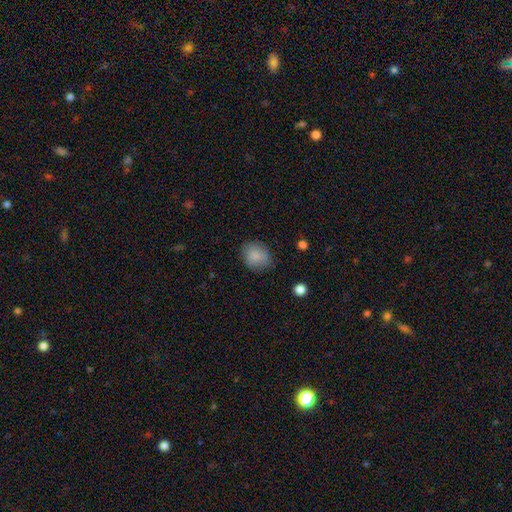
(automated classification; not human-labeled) Overall: smooth (85%). How rounded: round (60%; in between 39%). Merging: none (76%).